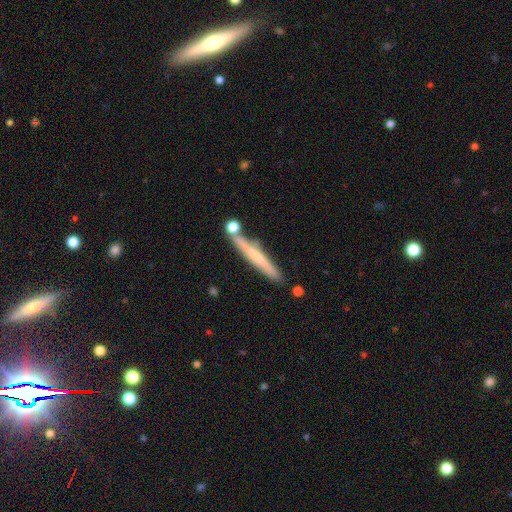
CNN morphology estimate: Q: Smooth or featured?
A: smooth (51%); runner-up: featured or disk (42%)
Q: How rounded?
A: cigar-shaped (95%); runner-up: in between (4%)
Q: Merging?
A: none (74%); runner-up: minor disturbance (13%)